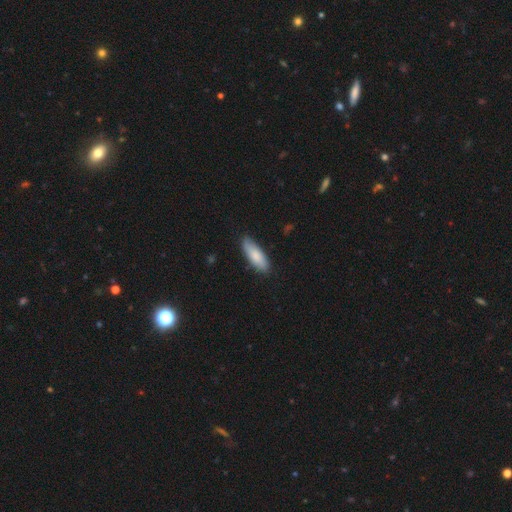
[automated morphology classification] This appears to be a smooth galaxy with no disk features (83%) that is in between round and cigar-shaped (64%). Merging: none (83%).